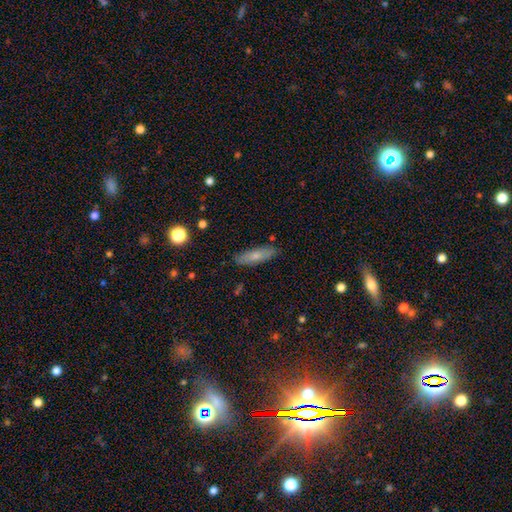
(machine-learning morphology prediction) Smooth or featured? Predicted: smooth (p=0.67). How rounded? Predicted: cigar-shaped (p=0.56). Merging? Predicted: none (p=0.84).